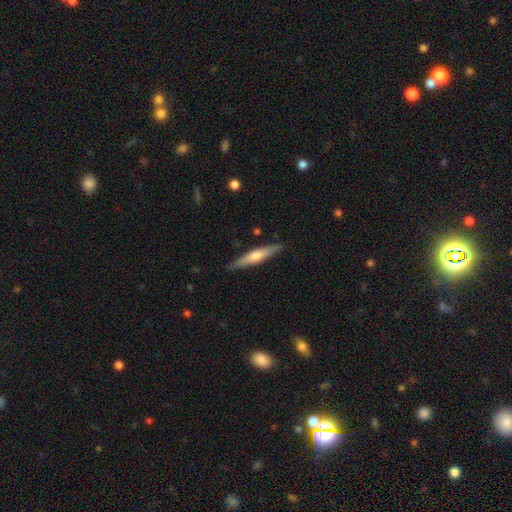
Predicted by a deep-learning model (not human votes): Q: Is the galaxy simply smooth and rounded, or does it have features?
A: featured or disk — 51%.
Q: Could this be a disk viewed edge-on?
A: yes — 95%.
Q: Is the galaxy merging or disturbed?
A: none — 88%.